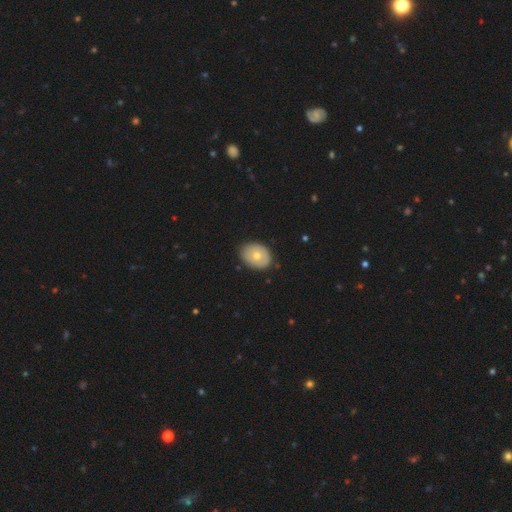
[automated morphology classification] Smooth or featured? Predicted: smooth (p=0.68). How rounded? Predicted: in between (p=0.66). Merging? Predicted: none (p=0.84).